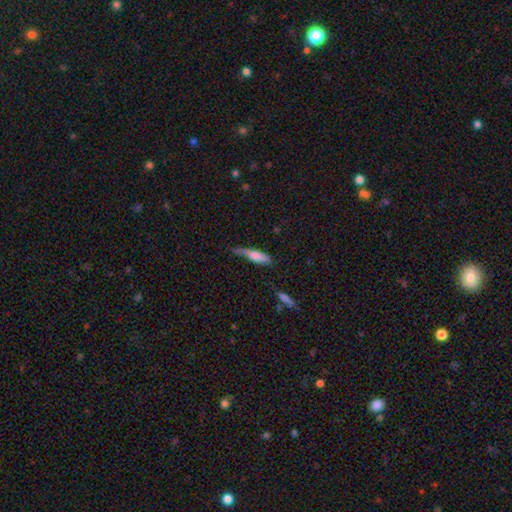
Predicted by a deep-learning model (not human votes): This is likely a smooth galaxy (70%). How rounded: likely cigar-shaped (61%). Merging: marginally minor disturbance (38%).